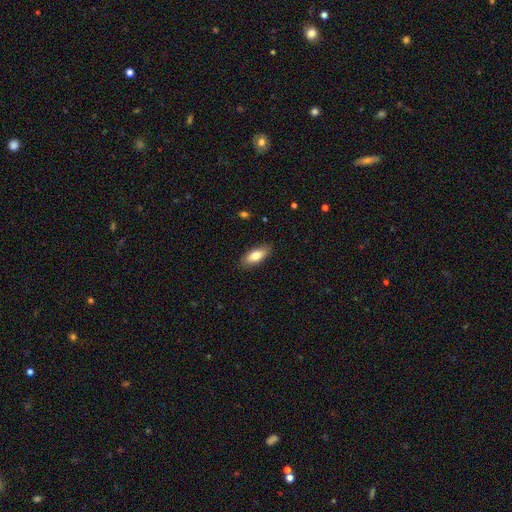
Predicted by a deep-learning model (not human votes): Overall: smooth (79%). How rounded: in between (82%). Merging: none (87%).